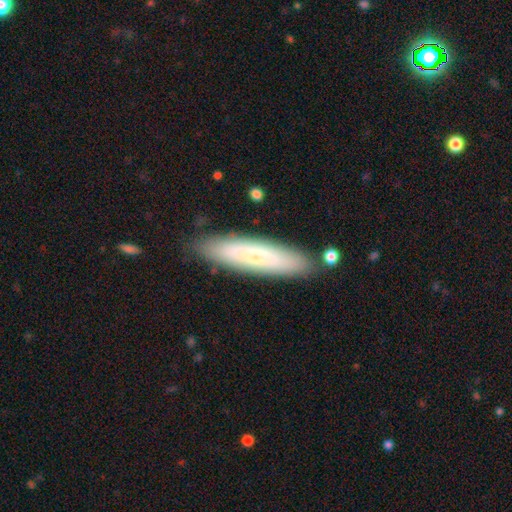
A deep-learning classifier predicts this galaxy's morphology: smooth 64%, featured or disk 29%, star or artifact 6%. Down the decision tree: how rounded — cigar-shaped (77%); merging — none (85%).